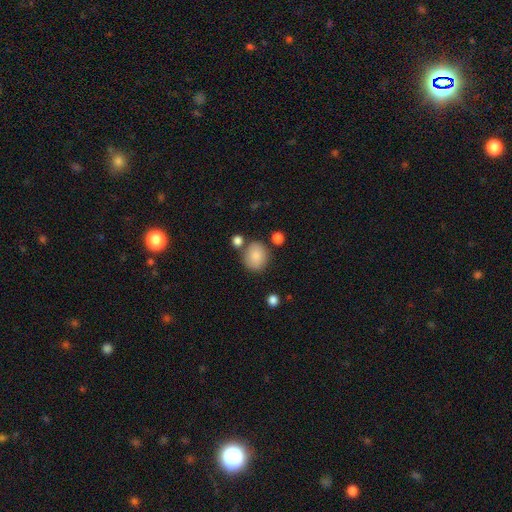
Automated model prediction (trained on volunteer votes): The model was most divided on "how rounded": round: 70%, in between: 29%, cigar-shaped: 1%. More confident: smooth or featured — smooth (84%); merging — none (72%).